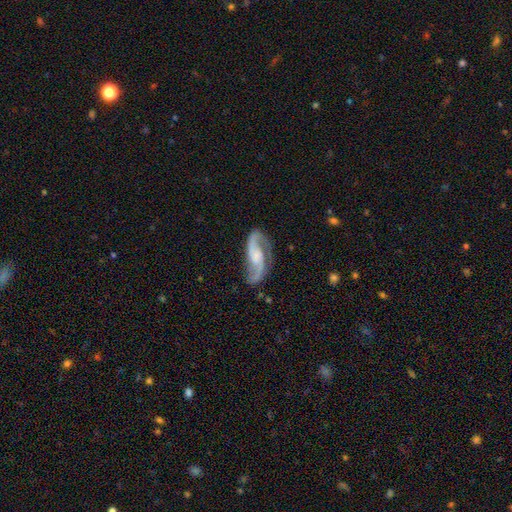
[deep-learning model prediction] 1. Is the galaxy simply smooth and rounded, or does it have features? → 90% featured or disk, 6% smooth, 4% star or artifact.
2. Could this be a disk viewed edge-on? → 96% no, 4% yes.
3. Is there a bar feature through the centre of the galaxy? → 49% no, 38% weak, 13% strong.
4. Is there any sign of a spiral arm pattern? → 98% yes, 2% no.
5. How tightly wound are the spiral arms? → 51% medium, 34% loose, 15% tight.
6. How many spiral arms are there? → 92% 2, 2% can't tell, 2% 1, 2% 3, 1% 4, 1% more than 4.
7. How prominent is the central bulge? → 33% small, 30% moderate, 26% none, 10% large, 2% dominant.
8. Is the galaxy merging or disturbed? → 73% none, 16% minor disturbance, 8% major disturbance, 2% merger.